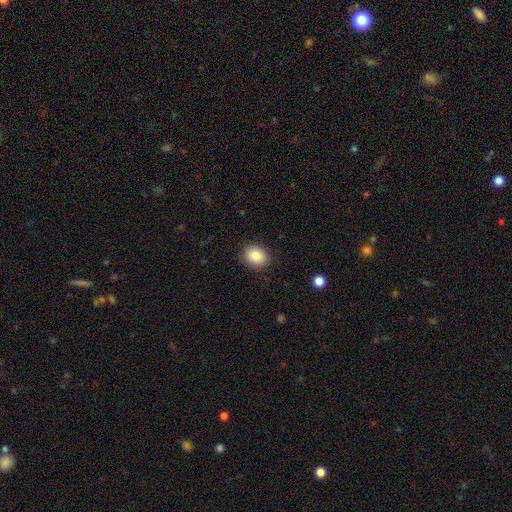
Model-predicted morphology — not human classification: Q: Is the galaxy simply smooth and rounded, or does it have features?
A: smooth — 87%.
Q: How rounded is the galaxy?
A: round — 50%.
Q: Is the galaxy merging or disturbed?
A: none — 87%.